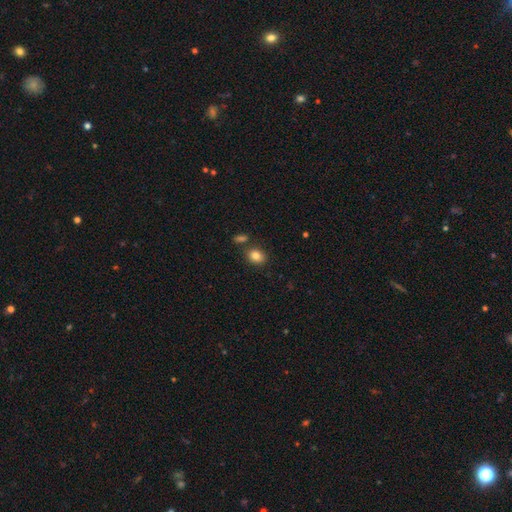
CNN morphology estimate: The model was most divided on "how rounded": in between: 55%, round: 44%, cigar-shaped: 1%. More confident: smooth or featured — smooth (84%); merging — none (76%).